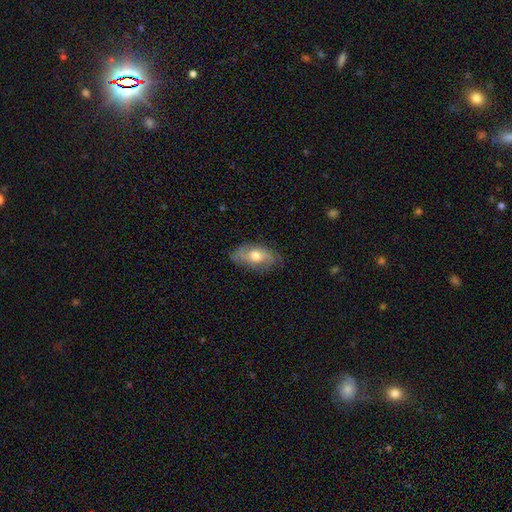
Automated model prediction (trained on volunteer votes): Smooth or featured?
  - featured or disk: 54% *
  - smooth: 39%
  - star or artifact: 7%
Edge-on disk?
  - no: 90% *
  - yes: 10%
Merging?
  - none: 69% *
  - minor disturbance: 22%
  - major disturbance: 8%
  - merger: 1%